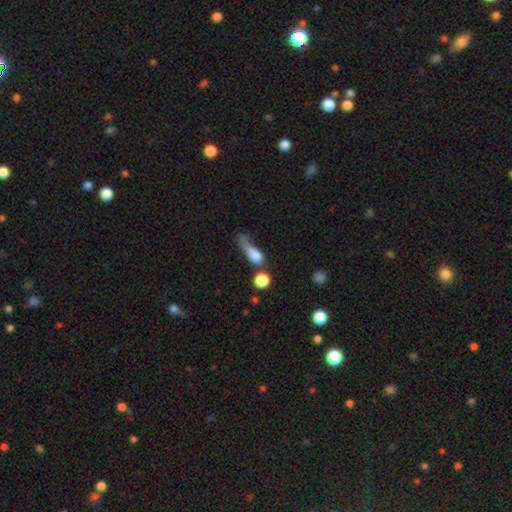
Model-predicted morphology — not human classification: Overall: smooth (66%). How rounded: in between (38%; cigar-shaped 33%). Merging: major disturbance (40%; none 22%).